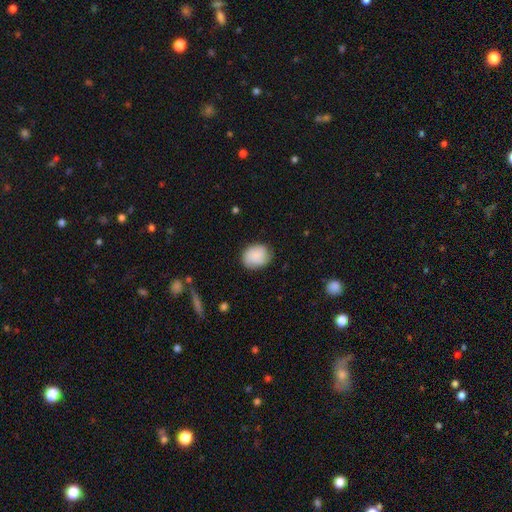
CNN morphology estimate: smooth-or-featured: smooth: 81% | featured or disk: 12% | star or artifact: 7%
  how-rounded: round: 54% | in between: 45% | cigar-shaped: 1%
  merging: none: 75% | minor disturbance: 19% | major disturbance: 4% | merger: 1%